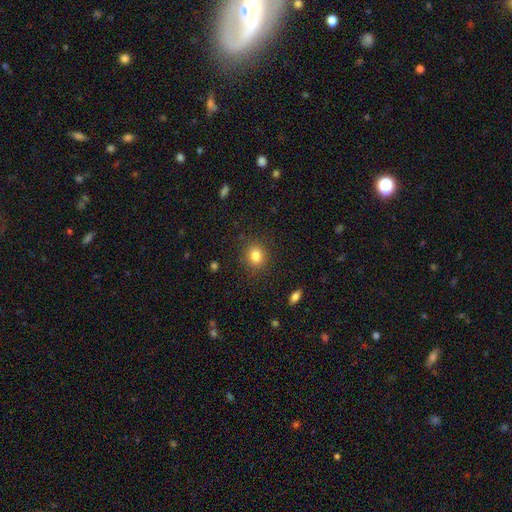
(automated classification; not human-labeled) A smooth galaxy with no disk features (82%) that is round (77%). Merging: none (87%).